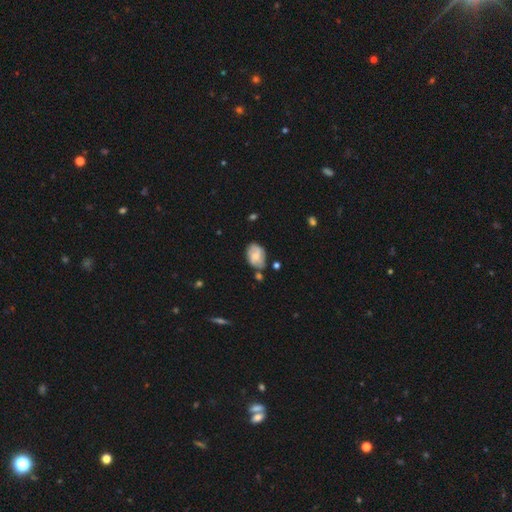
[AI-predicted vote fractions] Smooth or featured?
  - smooth: 51% *
  - featured or disk: 41%
  - star or artifact: 8%
How rounded?
  - in between: 84% *
  - round: 15%
  - cigar-shaped: 1%
Merging?
  - none: 56% *
  - minor disturbance: 28%
  - merger: 9%
  - major disturbance: 7%